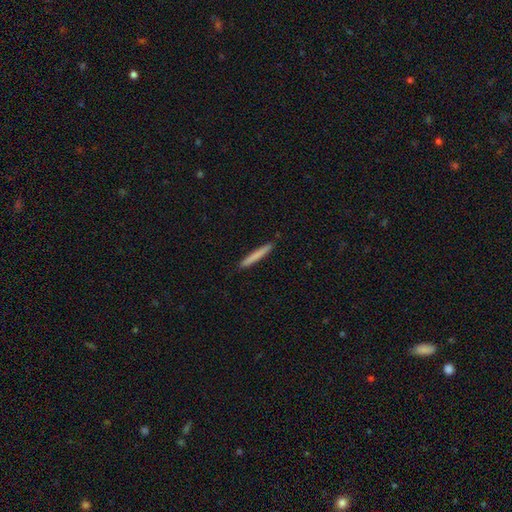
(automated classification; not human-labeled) This is likely a smooth galaxy (76%). How rounded: clearly cigar-shaped (97%). Merging: clearly none (92%).